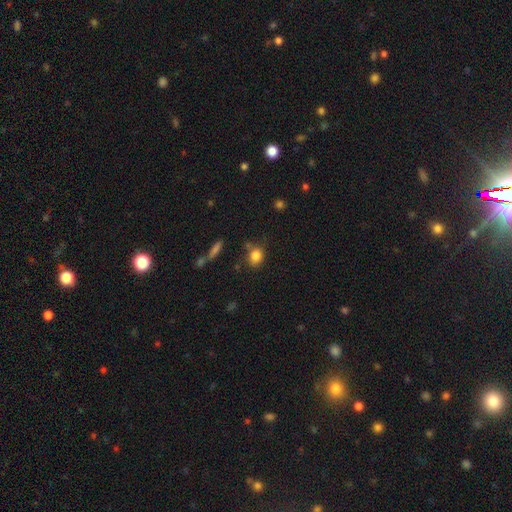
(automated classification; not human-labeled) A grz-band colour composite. It shows a smooth galaxy with no disk features (84%) that is round (49%, tied with in between). Merging: none (68%).